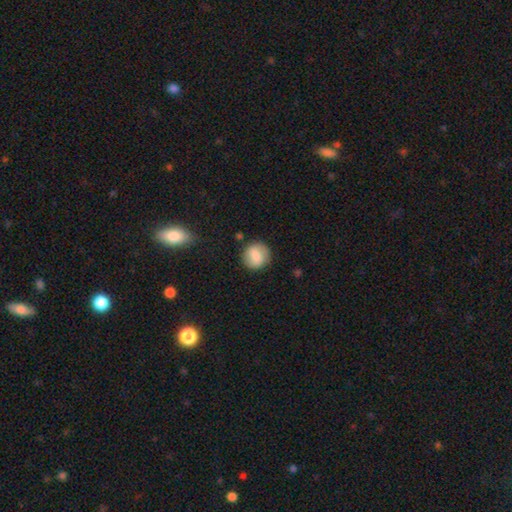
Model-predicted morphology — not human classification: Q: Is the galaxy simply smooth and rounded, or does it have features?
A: smooth — 76%.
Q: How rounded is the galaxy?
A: round — 86%.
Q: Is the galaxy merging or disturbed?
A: none — 82%.